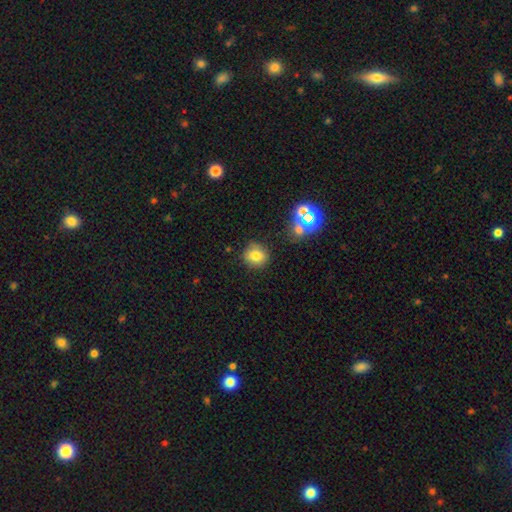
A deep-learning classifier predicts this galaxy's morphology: The model was most divided on "smooth or featured": smooth: 77%, star or artifact: 14%, featured or disk: 9%. More confident: how rounded — round (84%); merging — none (81%).